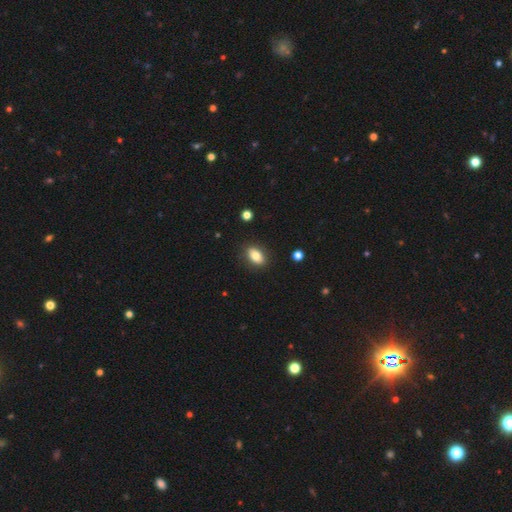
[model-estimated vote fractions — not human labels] A smooth galaxy with no disk features (80%) that is in between round and cigar-shaped (86%). Merging: none (86%).